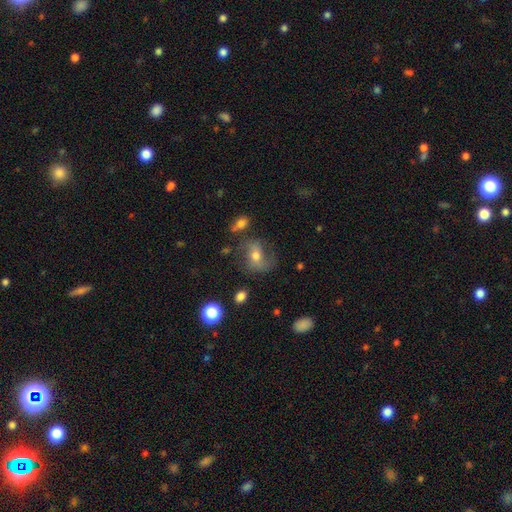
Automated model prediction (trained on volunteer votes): Smooth or featured? featured or disk (51%)
Edge-on disk? no (94%)
Merging? none (55%)